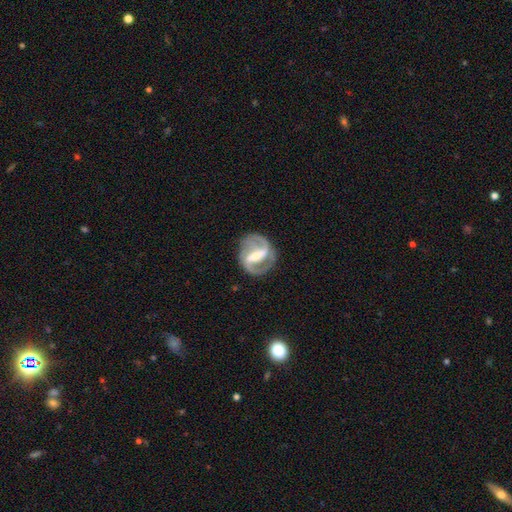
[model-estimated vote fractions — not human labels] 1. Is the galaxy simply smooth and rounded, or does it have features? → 89% featured or disk, 7% smooth, 4% star or artifact.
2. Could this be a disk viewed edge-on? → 97% no, 3% yes.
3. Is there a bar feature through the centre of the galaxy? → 64% strong, 28% weak, 8% no.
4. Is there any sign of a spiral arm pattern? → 95% yes, 5% no.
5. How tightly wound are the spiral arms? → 52% medium, 29% tight, 19% loose.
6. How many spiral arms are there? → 91% 2, 3% can't tell, 2% 3, 2% 1, 1% 4, 1% more than 4.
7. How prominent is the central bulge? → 50% moderate, 37% small, 7% large, 5% none, 1% dominant.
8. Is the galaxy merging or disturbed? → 81% none, 12% minor disturbance, 5% major disturbance, 1% merger.